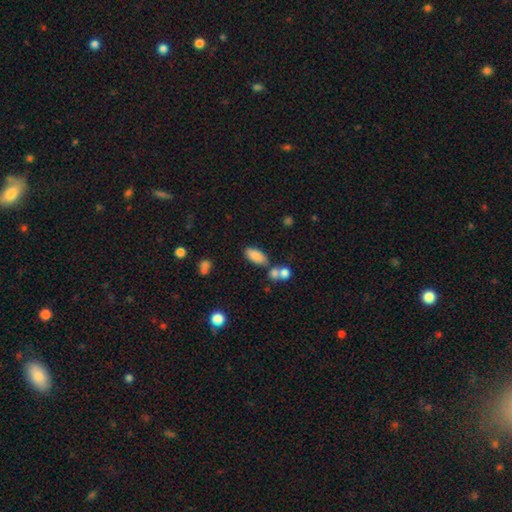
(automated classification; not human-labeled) smooth_or_featured: smooth (p=0.84) [alt: star or artifact p=0.09]
how_rounded: in between (p=0.86) [alt: cigar-shaped p=0.11]
merging: none (p=0.62) [alt: merger p=0.20]